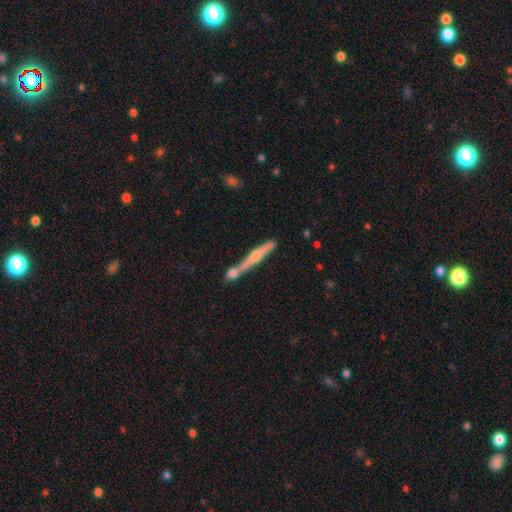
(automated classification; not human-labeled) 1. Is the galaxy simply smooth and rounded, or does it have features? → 69% featured or disk, 22% smooth, 8% star or artifact.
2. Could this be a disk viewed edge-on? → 95% yes, 5% no.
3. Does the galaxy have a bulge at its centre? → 81% rounded, 13% none, 6% boxy.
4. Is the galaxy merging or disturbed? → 67% none, 17% merger, 12% minor disturbance, 4% major disturbance.